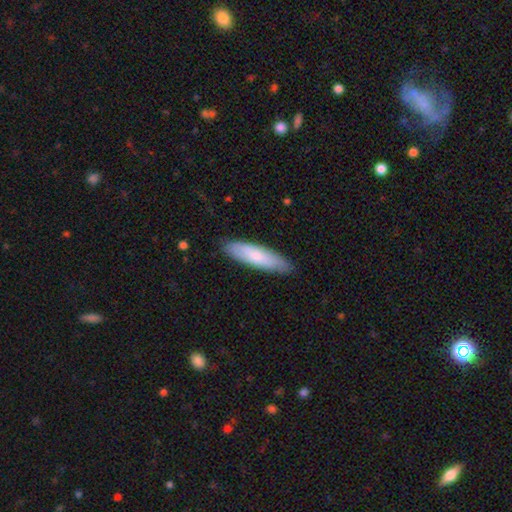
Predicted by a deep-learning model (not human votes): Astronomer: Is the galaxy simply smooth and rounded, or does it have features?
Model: smooth — 74%.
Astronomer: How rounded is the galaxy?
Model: cigar-shaped — 65%.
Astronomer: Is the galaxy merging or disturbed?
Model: none — 86%.